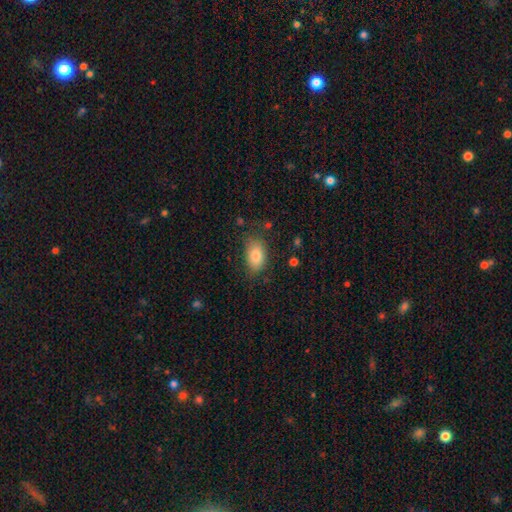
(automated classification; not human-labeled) smooth-or-featured: smooth: 81% | featured or disk: 10% | star or artifact: 8%
  how-rounded: in between: 89% | round: 10% | cigar-shaped: 2%
  merging: none: 74% | minor disturbance: 19% | major disturbance: 5% | merger: 2%